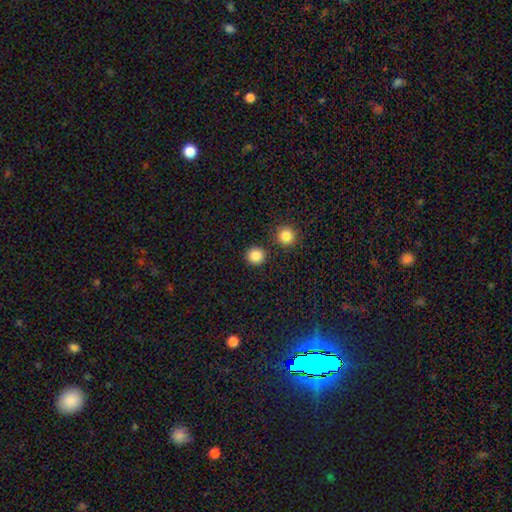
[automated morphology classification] This is clearly a smooth galaxy (86%). How rounded: clearly round (94%). Merging: clearly none (89%).